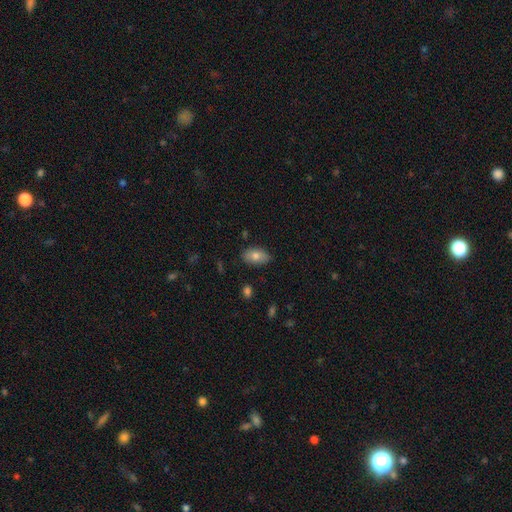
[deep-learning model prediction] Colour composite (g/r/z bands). It shows a smooth galaxy with no disk features (77%) that is in between round and cigar-shaped (90%). Merging: none (79%).